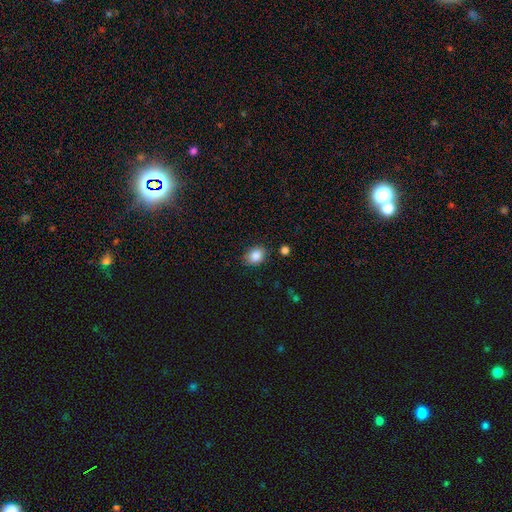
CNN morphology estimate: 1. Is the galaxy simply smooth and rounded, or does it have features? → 86% smooth, 9% star or artifact, 5% featured or disk.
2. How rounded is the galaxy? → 60% in between, 39% round, 1% cigar-shaped.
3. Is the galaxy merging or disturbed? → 83% none, 12% minor disturbance, 3% major disturbance, 2% merger.